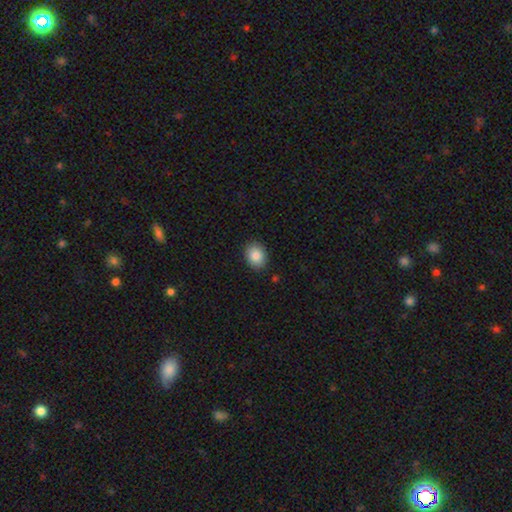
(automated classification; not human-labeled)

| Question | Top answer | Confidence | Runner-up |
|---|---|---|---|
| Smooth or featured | smooth | 86% | star or artifact (8%) |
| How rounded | in between | 58% | round (41%) |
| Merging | none | 89% | minor disturbance (8%) |